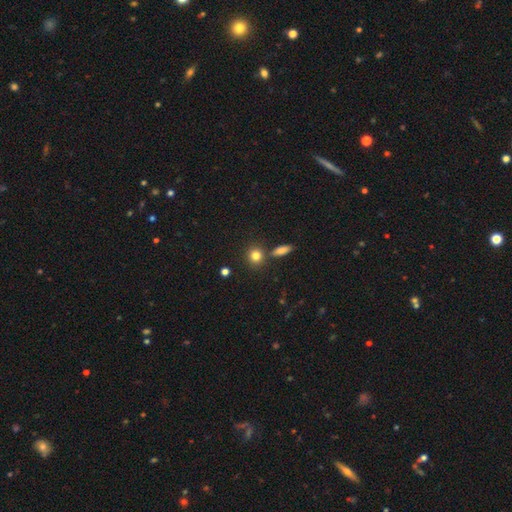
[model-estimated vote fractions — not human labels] Morphology: type=smooth (81%); roundness=round (83%); merging=none (76%).